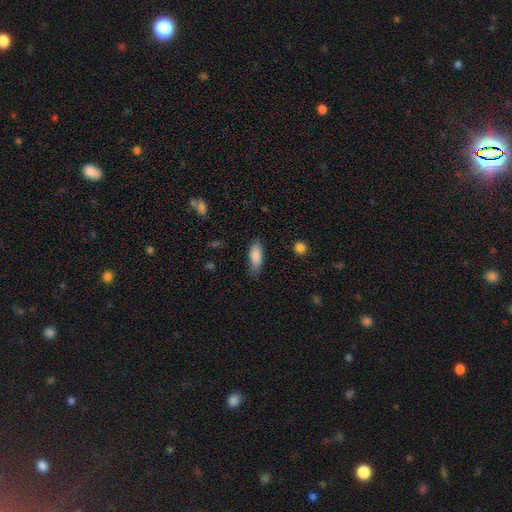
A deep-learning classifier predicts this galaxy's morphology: The model was most divided on "how rounded": in between: 76%, cigar-shaped: 22%, round: 2%. More confident: smooth or featured — smooth (86%); merging — none (78%).